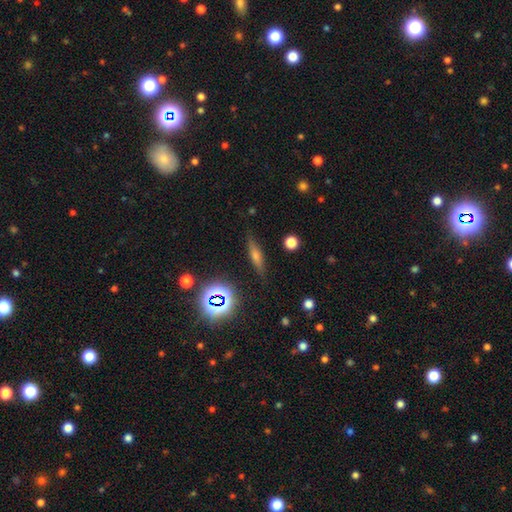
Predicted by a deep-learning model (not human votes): Q: Smooth or featured?
A: smooth (41%); runner-up: featured or disk (37%)
Q: Merging?
A: none (86%); runner-up: minor disturbance (10%)